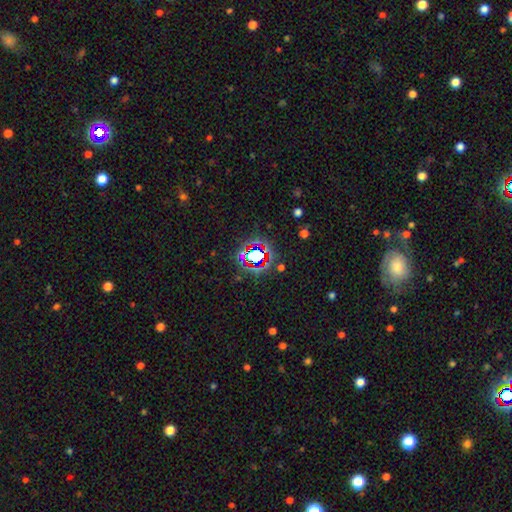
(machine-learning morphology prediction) A star or artifact, not a galaxy (70%).

Vote fractions:
- Smooth or featured? star or artifact: 70% / smooth: 18% / featured or disk: 12%